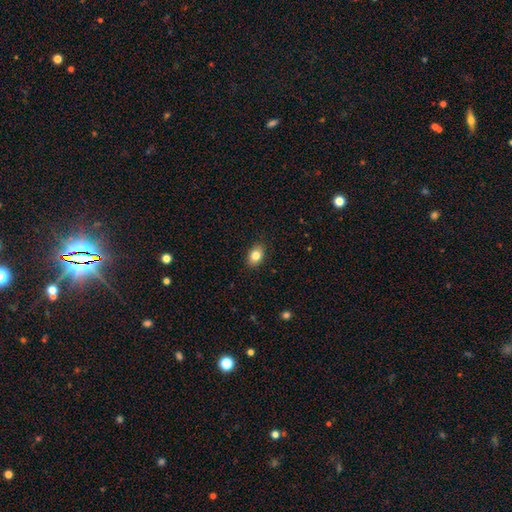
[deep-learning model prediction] smooth-or-featured: smooth: 83% | star or artifact: 9% | featured or disk: 9%
  how-rounded: in between: 77% | round: 22% | cigar-shaped: 1%
  merging: none: 88% | minor disturbance: 9% | major disturbance: 2% | merger: 1%